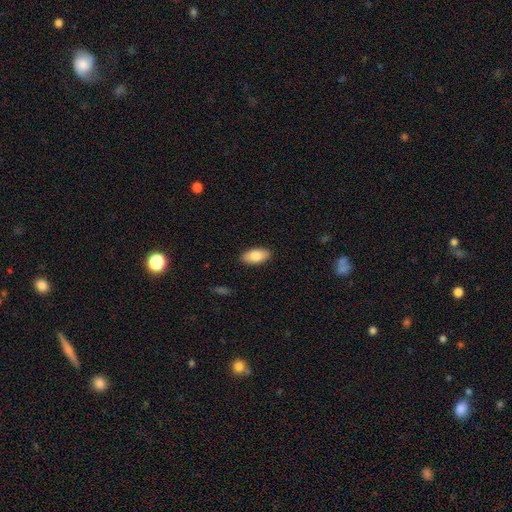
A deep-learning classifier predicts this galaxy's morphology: Smooth or featured?
  - smooth: 85% *
  - featured or disk: 9%
  - star or artifact: 6%
How rounded?
  - in between: 93% *
  - cigar-shaped: 5%
  - round: 3%
Merging?
  - none: 89% *
  - minor disturbance: 8%
  - major disturbance: 2%
  - merger: 1%